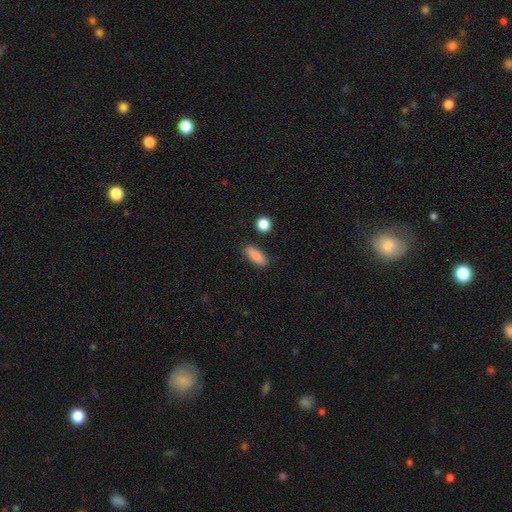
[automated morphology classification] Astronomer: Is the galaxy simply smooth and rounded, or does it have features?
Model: smooth — 88%.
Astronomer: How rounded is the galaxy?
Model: in between — 73%.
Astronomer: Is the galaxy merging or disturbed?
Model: none — 85%.